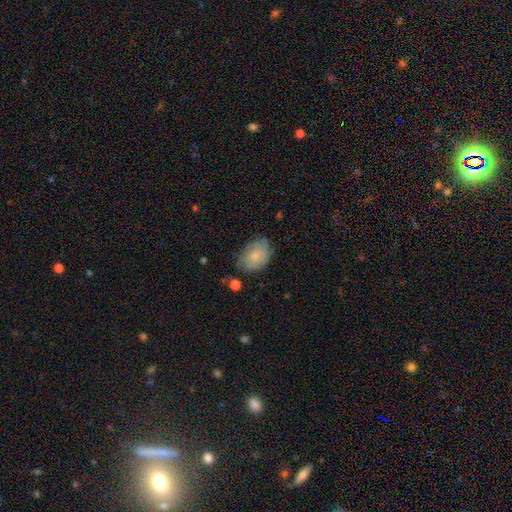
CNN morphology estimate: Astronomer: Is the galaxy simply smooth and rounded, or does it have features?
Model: smooth — 71%.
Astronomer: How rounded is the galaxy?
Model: in between — 80%.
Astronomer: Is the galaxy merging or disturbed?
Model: none — 64%.